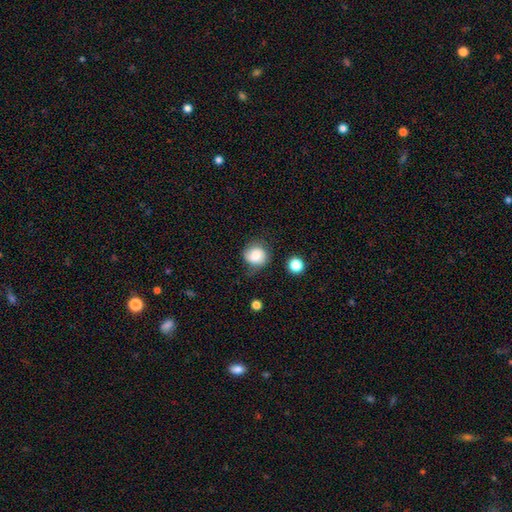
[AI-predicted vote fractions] A smooth galaxy with no disk features (75%) that is round (82%). Merging: none (61%).